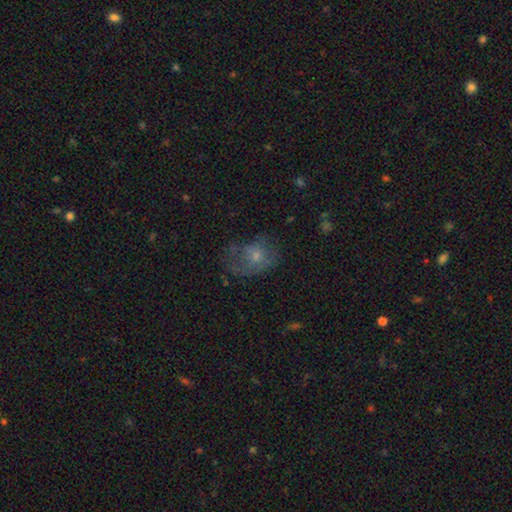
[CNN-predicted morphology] Smooth or featured?
  - smooth: 45% *
  - featured or disk: 40%
  - star or artifact: 15%
Merging?
  - none: 41% *
  - major disturbance: 31%
  - minor disturbance: 26%
  - merger: 3%